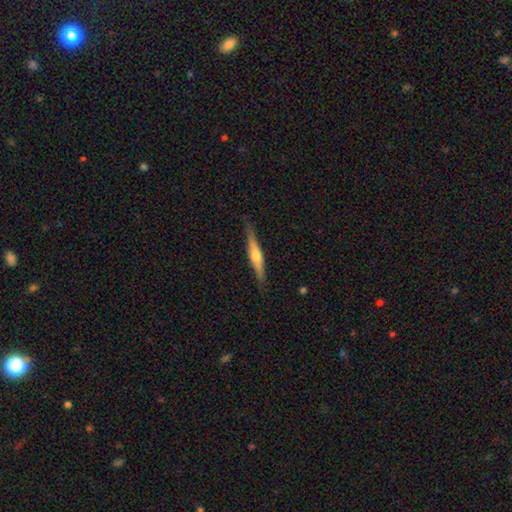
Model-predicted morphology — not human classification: smooth_or_featured: featured or disk (p=0.62) [alt: smooth p=0.33]
disk_edge_on: yes (p=0.96) [alt: no p=0.04]
edge_on_bulge: rounded (p=0.88) [alt: none p=0.06]
merging: none (p=0.85) [alt: minor disturbance p=0.12]